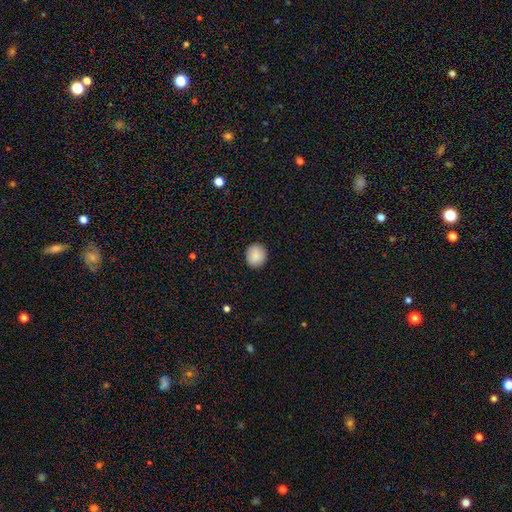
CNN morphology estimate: smooth_or_featured: smooth (p=0.89) [alt: star or artifact p=0.08]
how_rounded: round (p=0.84) [alt: in between p=0.15]
merging: none (p=0.91) [alt: minor disturbance p=0.06]